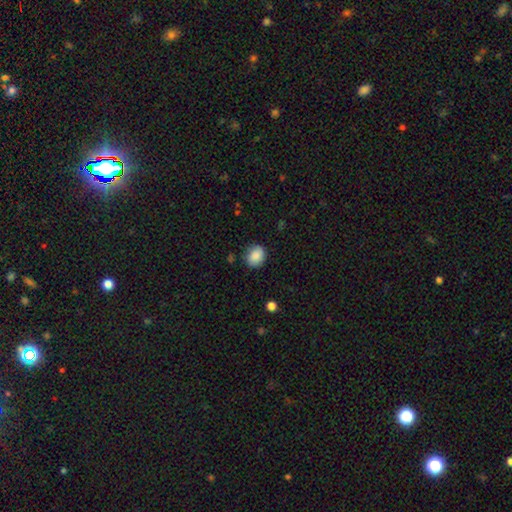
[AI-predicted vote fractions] A smooth galaxy with no disk features (88%) that is round (56%).

Vote fractions:
- Smooth or featured? smooth: 88% / star or artifact: 8% / featured or disk: 5%
- How rounded? round: 56% / in between: 43% / cigar-shaped: 1%
- Merging? none: 81% / minor disturbance: 14% / major disturbance: 3% / merger: 1%